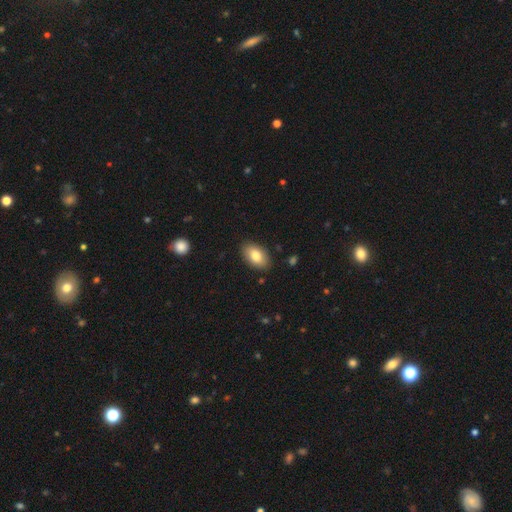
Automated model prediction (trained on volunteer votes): smooth_or_featured: smooth (p=0.81) [alt: featured or disk p=0.12]
how_rounded: in between (p=0.92) [alt: round p=0.07]
merging: none (p=0.87) [alt: minor disturbance p=0.10]